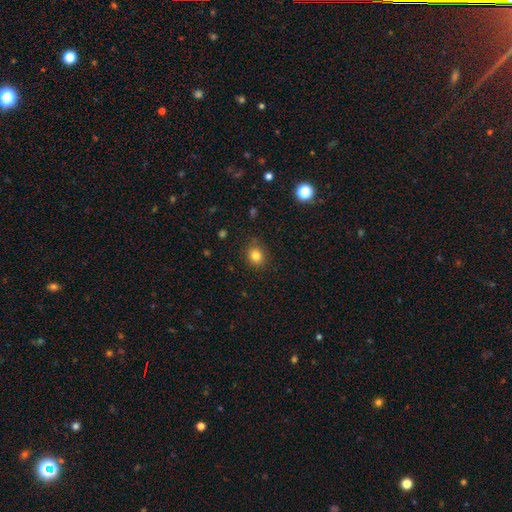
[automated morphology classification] Smooth or featured? smooth (82%)
How rounded? round (78%)
Merging? none (85%)